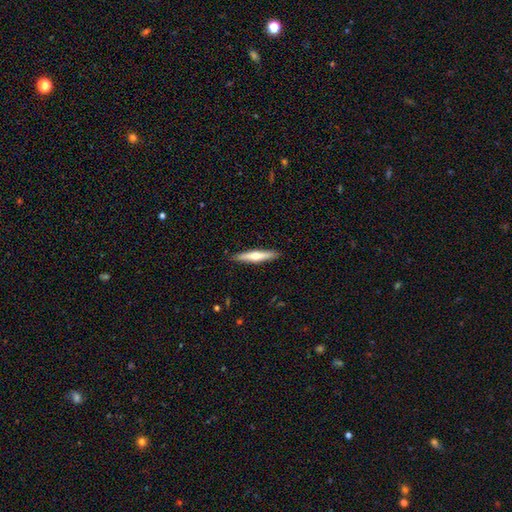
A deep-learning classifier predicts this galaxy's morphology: smooth 49%, featured or disk 46%, star or artifact 5%. Down the decision tree: merging — none (91%).